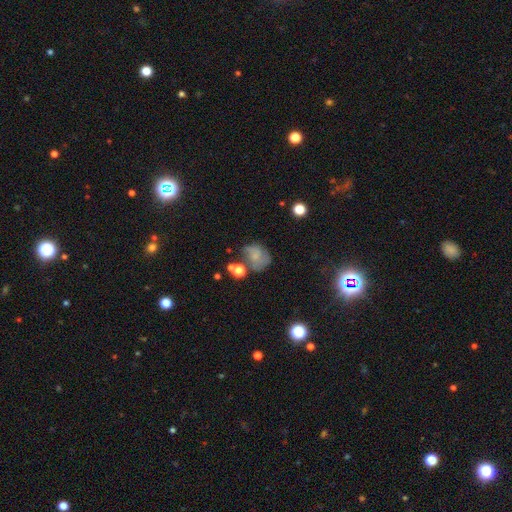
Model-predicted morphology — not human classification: smooth-or-featured: smooth: 52% | featured or disk: 34% | star or artifact: 14%
  how-rounded: round: 63% | in between: 36% | cigar-shaped: 1%
  merging: none: 45% | minor disturbance: 25% | major disturbance: 18% | merger: 12%